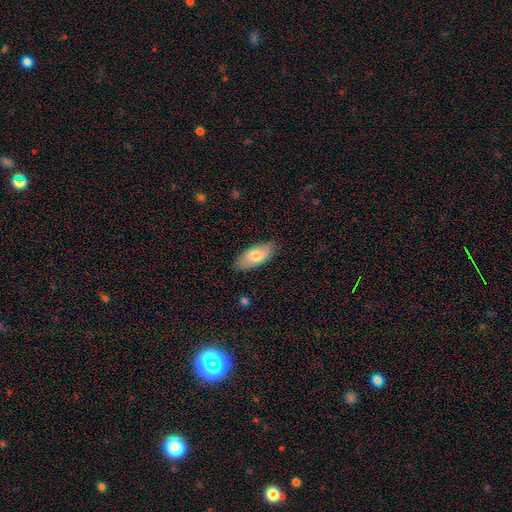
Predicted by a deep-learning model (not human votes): Smooth or featured: smooth — 75% (featured or disk — 20%)
How rounded: in between — 90% (cigar-shaped — 8%)
Merging: none — 83% (minor disturbance — 14%)